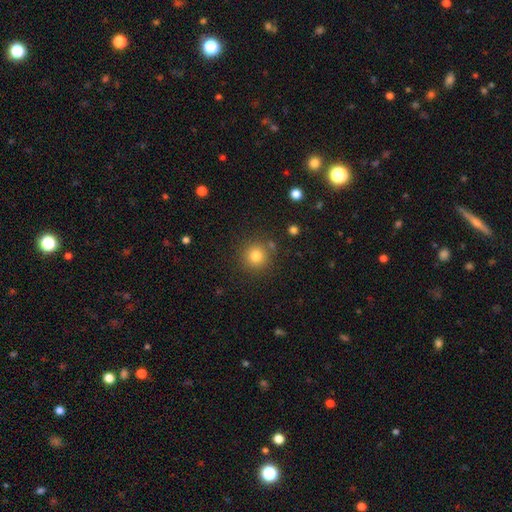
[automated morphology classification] type=smooth (81%); roundness=round (94%); merging=none (84%).